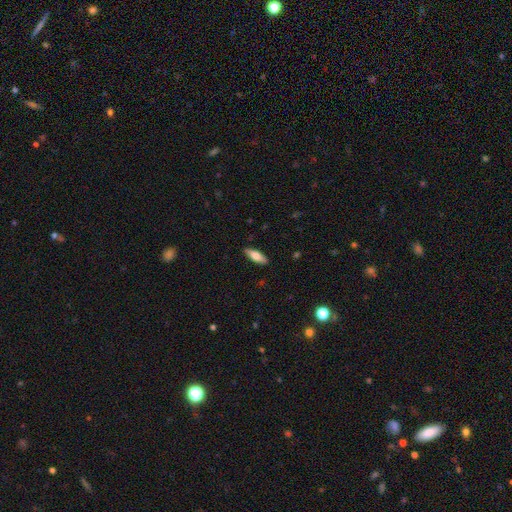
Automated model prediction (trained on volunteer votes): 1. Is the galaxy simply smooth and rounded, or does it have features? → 73% smooth, 21% featured or disk, 6% star or artifact.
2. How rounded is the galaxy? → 60% in between, 38% cigar-shaped, 2% round.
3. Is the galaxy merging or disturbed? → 89% none, 9% minor disturbance, 2% major disturbance, 1% merger.